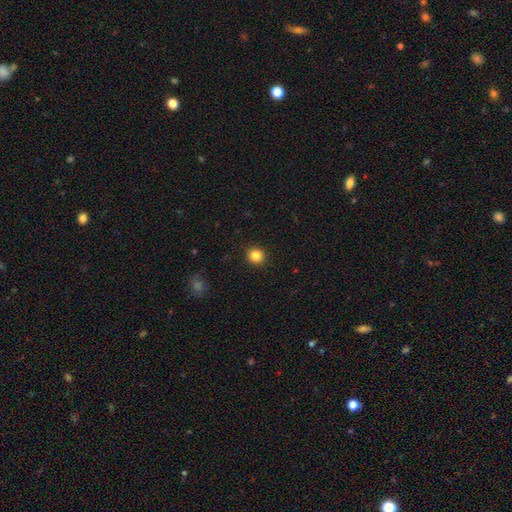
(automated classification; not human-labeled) This appears to be a smooth galaxy with no disk features (85%) that is round (91%). Merging: none (92%).